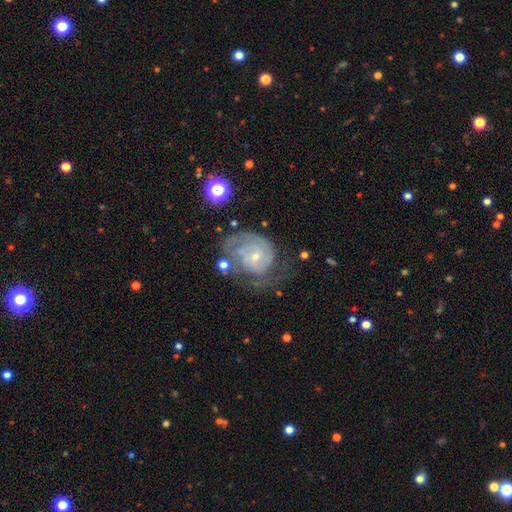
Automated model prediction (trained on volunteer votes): This appears to be a featured or disk galaxy (77%) with no bar (67%), tight (61%) spiral arms (88%) and a small central bulge (71%). Merging: none (44%).